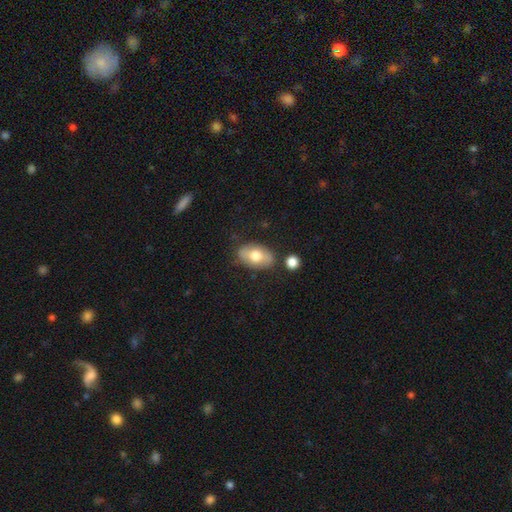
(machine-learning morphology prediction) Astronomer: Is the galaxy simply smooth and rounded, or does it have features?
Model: smooth — 66%.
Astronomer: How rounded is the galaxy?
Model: in between — 91%.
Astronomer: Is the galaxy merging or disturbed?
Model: none — 76%.